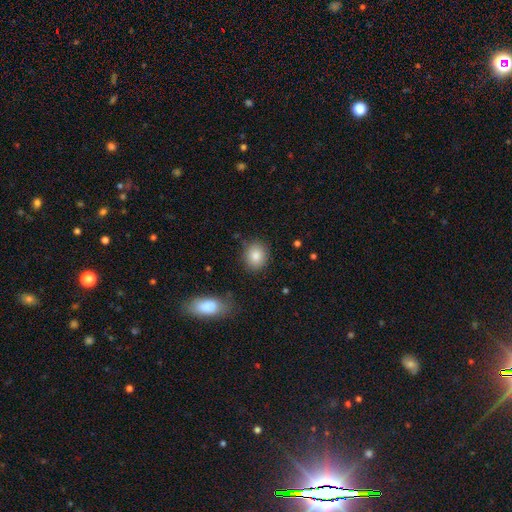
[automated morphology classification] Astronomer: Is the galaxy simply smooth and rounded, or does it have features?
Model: smooth — 85%.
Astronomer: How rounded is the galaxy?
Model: round — 65%.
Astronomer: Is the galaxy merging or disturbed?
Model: none — 85%.